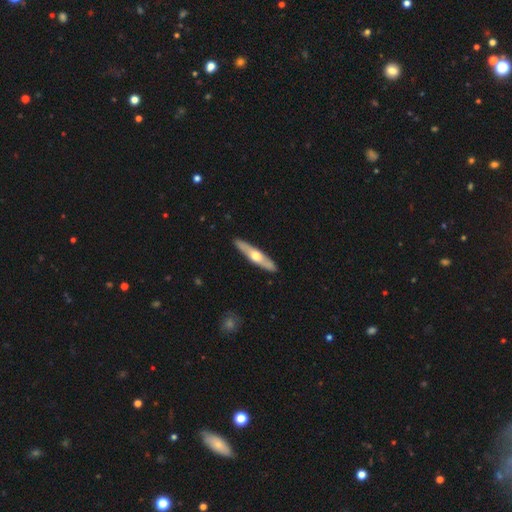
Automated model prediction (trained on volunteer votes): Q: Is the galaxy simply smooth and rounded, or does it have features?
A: featured or disk — 55%.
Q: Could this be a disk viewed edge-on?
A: yes — 85%.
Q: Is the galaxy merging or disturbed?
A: none — 90%.